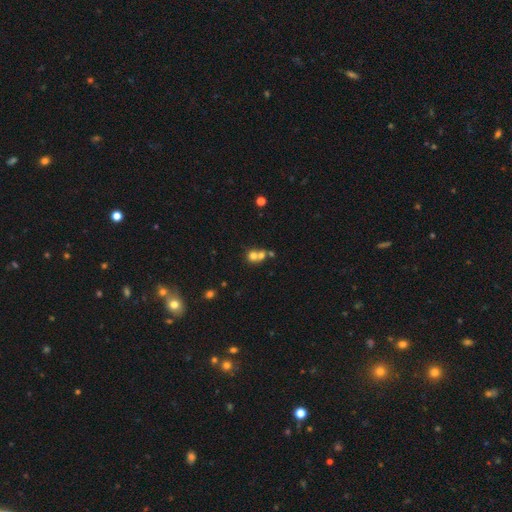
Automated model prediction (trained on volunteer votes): smooth 68%, featured or disk 18%, star or artifact 15%. Down the decision tree: how rounded — round (81%); merging — merger (56%).